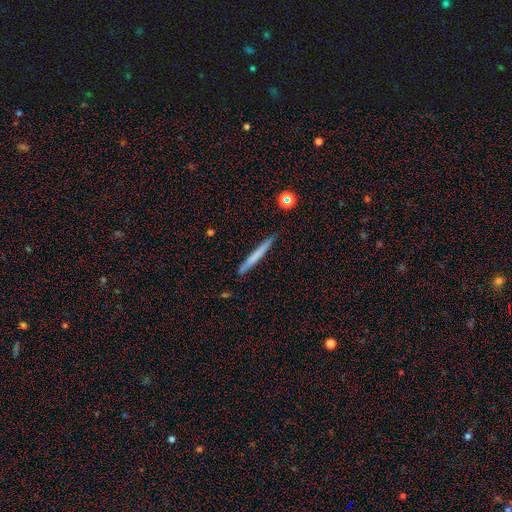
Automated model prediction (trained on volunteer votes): A smooth galaxy with no disk features (60%) that is cigar-shaped (97%).

Vote fractions:
- Smooth or featured? smooth: 60% / featured or disk: 33% / star or artifact: 7%
- How rounded? cigar-shaped: 97% / in between: 2% / round: 1%
- Merging? none: 87% / minor disturbance: 9% / major disturbance: 2% / merger: 2%